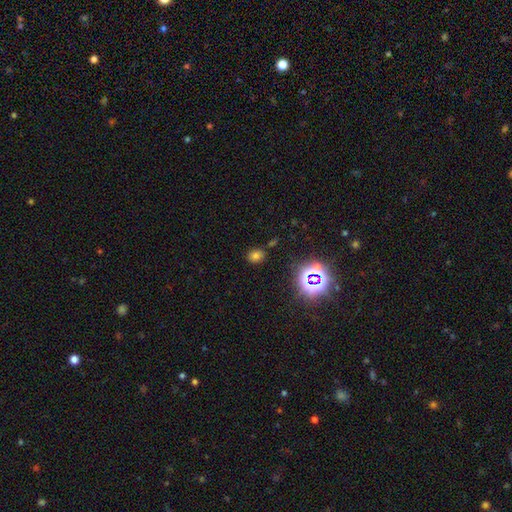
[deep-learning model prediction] A smooth galaxy with no disk features (66%) that is round (54%).

Vote fractions:
- Smooth or featured? smooth: 66% / star or artifact: 26% / featured or disk: 8%
- How rounded? round: 54% / in between: 44% / cigar-shaped: 1%
- Merging? none: 80% / minor disturbance: 12% / merger: 5% / major disturbance: 3%